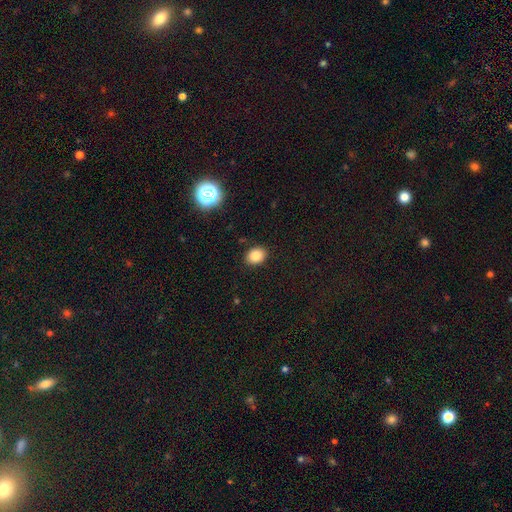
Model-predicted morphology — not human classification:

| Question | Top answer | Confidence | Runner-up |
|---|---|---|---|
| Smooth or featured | smooth | 85% | star or artifact (10%) |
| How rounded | in between | 56% | round (43%) |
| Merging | none | 88% | minor disturbance (8%) |